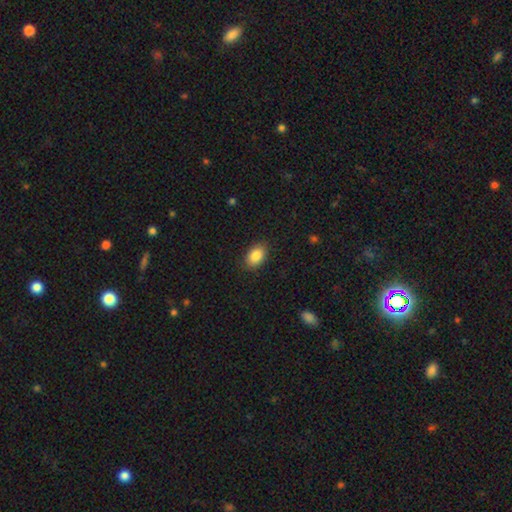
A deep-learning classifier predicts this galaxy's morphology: The model was most divided on "how rounded": in between: 87%, round: 12%, cigar-shaped: 1%. More confident: merging — none (87%); smooth or featured — smooth (87%).